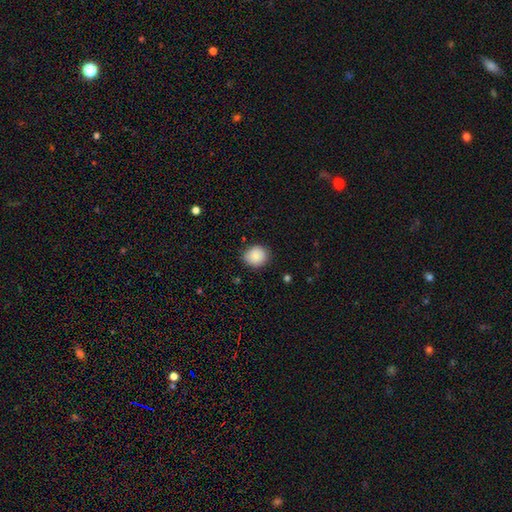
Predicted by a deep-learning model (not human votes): A smooth galaxy with no disk features (89%) that is round (77%). Merging: none (85%).